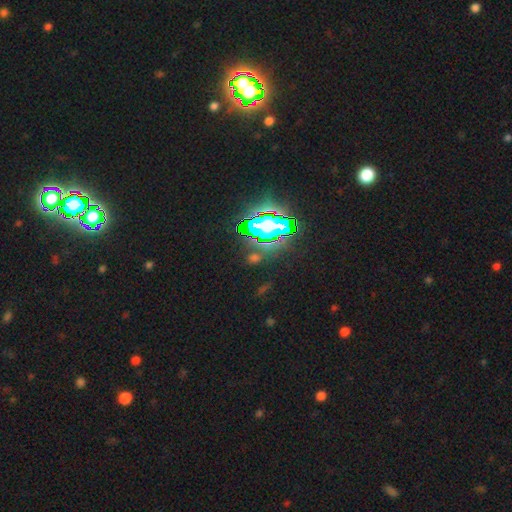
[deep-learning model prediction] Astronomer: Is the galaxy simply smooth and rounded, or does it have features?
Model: star or artifact — 73%.